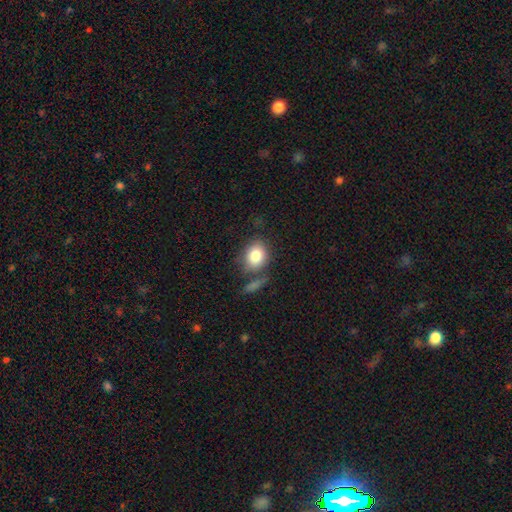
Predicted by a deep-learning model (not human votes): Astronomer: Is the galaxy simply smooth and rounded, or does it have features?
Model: smooth — 82%.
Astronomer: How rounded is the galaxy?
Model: in between — 55% (runner-up: round, 44%).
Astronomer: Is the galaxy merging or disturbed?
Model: none — 61%.